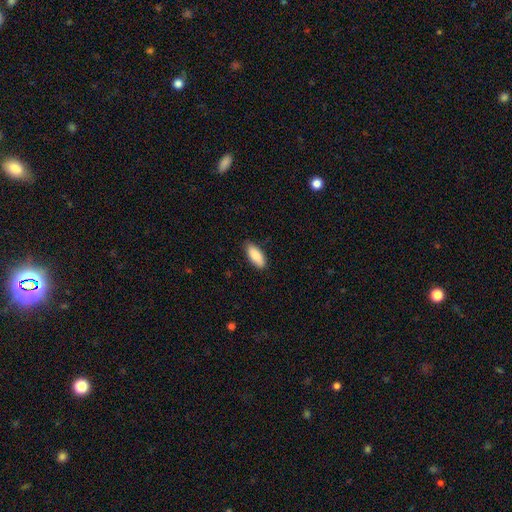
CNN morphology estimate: type=smooth (88%); roundness=in between (80%); merging=none (84%).